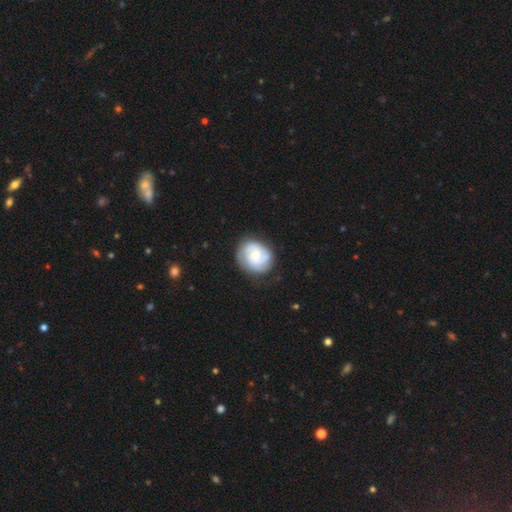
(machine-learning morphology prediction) featured or disk 66%, smooth 28%, star or artifact 6%. Down the decision tree: edge-on disk — no (98%); bar — no (69%); spiral arms — yes (91%); spiral arm count — 2 (43%); spiral winding — tight (53%); bulge size — small (48%); merging — none (76%).